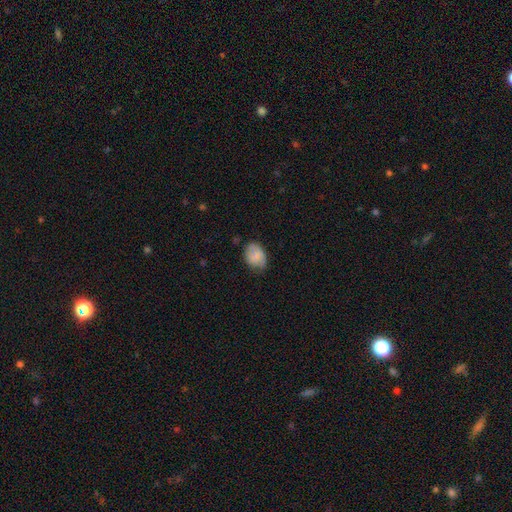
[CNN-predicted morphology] Smooth or featured? Predicted: smooth (p=0.74). How rounded? Predicted: in between (p=0.68). Merging? Predicted: none (p=0.59).